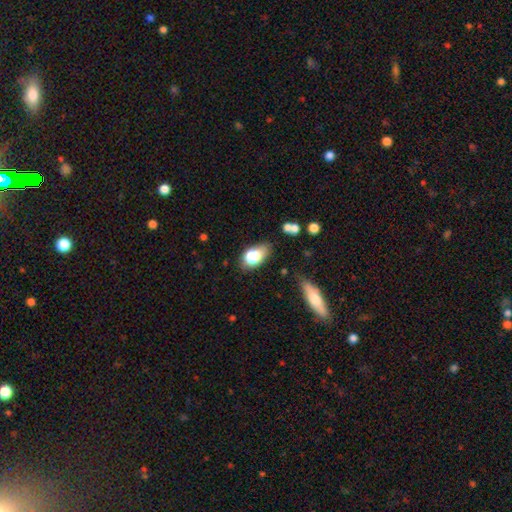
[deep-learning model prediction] Smooth or featured? smooth (78%)
How rounded? in between (87%)
Merging? none (64%)